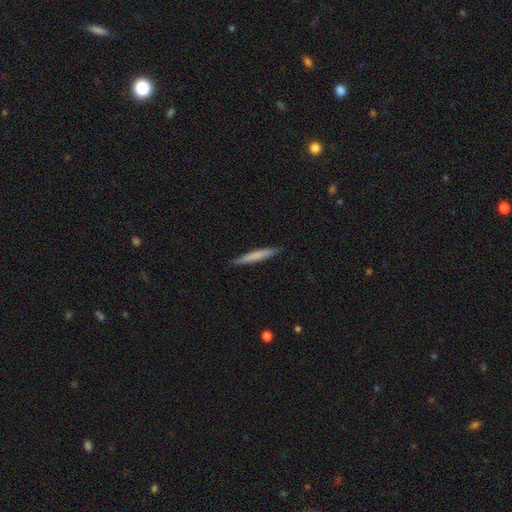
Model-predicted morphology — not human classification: This appears to be a smooth galaxy with no disk features (71%) that is cigar-shaped (96%). Merging: none (89%).